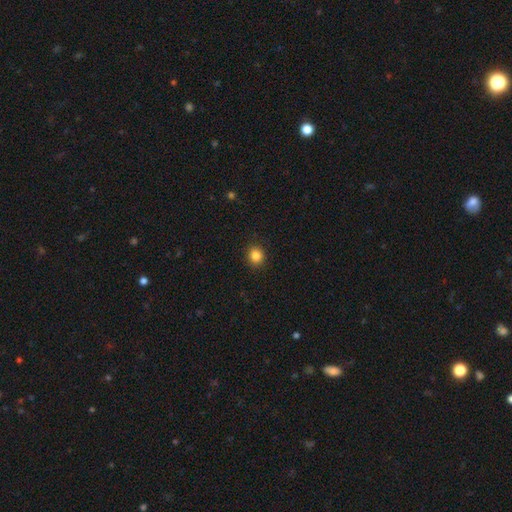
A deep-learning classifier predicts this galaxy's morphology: This is clearly a smooth galaxy (86%). How rounded: clearly round (82%). Merging: clearly none (91%).